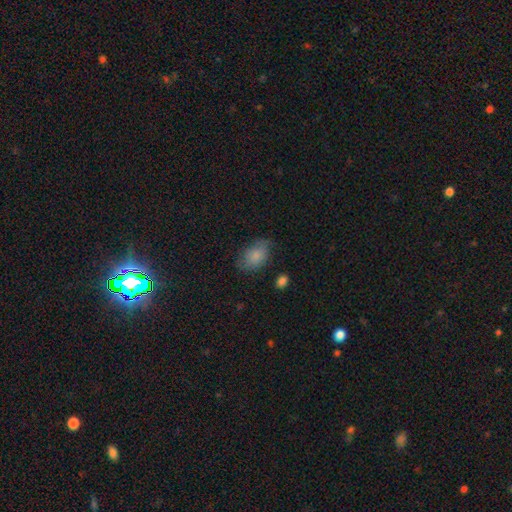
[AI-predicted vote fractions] smooth-or-featured: smooth: 79% | featured or disk: 13% | star or artifact: 8%
  how-rounded: in between: 85% | round: 14% | cigar-shaped: 1%
  merging: none: 64% | minor disturbance: 26% | major disturbance: 8% | merger: 2%